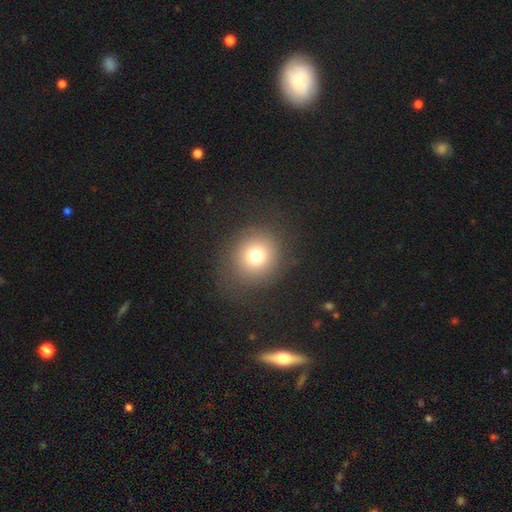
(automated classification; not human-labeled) The model was most divided on "smooth or featured": smooth: 73%, star or artifact: 15%, featured or disk: 12%. More confident: how rounded — round (85%); merging — none (82%).